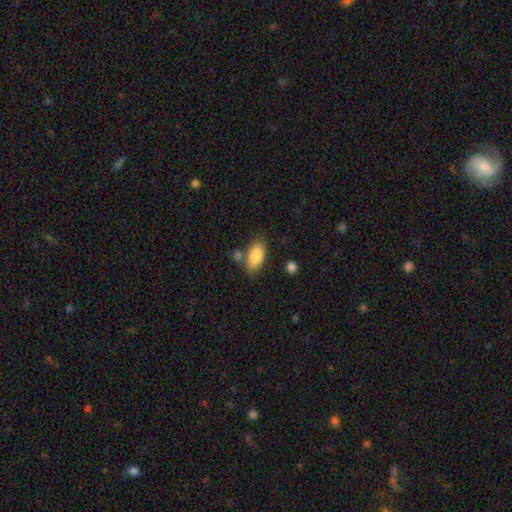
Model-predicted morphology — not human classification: type=smooth (87%); roundness=in between (92%); merging=none (68%).